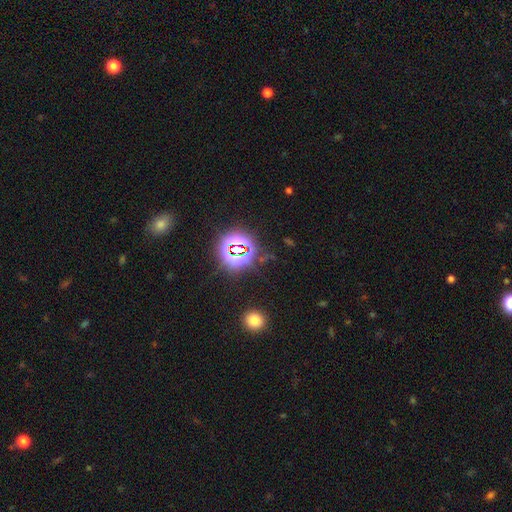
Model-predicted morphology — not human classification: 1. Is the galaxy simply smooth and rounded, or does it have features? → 78% star or artifact, 15% smooth, 7% featured or disk.